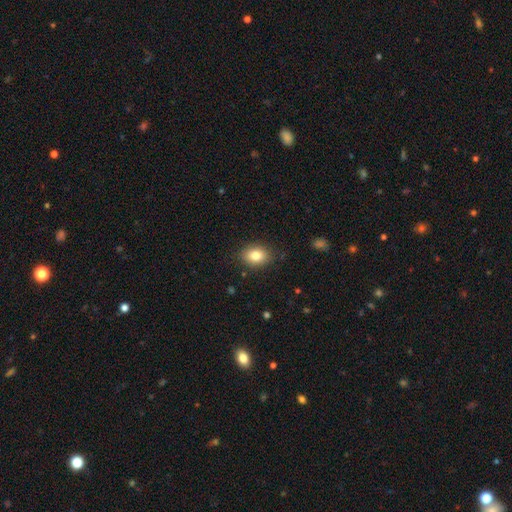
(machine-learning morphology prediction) smooth_or_featured: smooth (p=0.82) [alt: featured or disk p=0.09]
how_rounded: in between (p=0.71) [alt: round p=0.28]
merging: none (p=0.86) [alt: minor disturbance p=0.10]